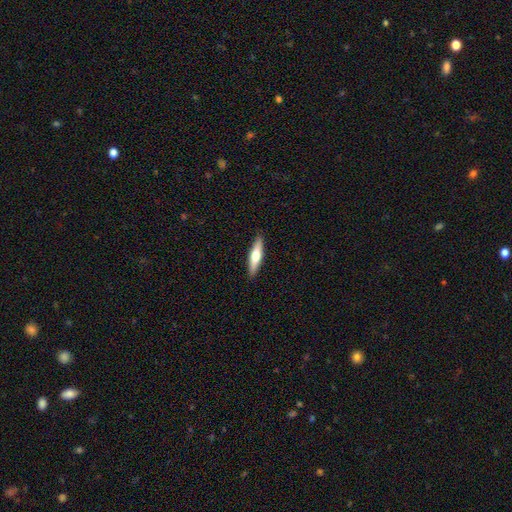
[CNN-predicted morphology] This is possibly a smooth galaxy (51%). How rounded: likely cigar-shaped (76%). Merging: clearly none (90%).